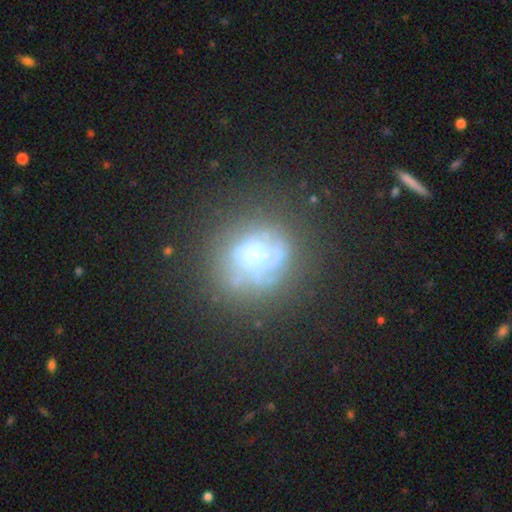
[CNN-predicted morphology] smooth_or_featured: featured or disk (p=0.58) [alt: smooth p=0.26]
disk_edge_on: no (p=0.97) [alt: yes p=0.03]
bar: no (p=0.86) [alt: weak p=0.11]
has_spiral_arms: no (p=0.68) [alt: yes p=0.32]
bulge_size: moderate (p=0.41) [alt: small p=0.37]
merging: none (p=0.58) [alt: major disturbance p=0.18]